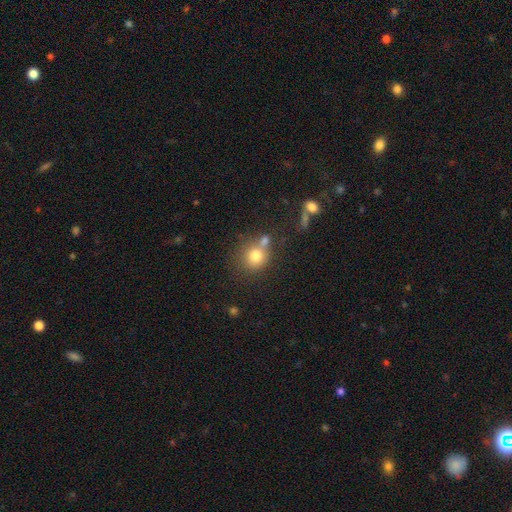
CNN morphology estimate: This appears to be a smooth galaxy with no disk features (78%) that is round (85%). Merging: none (55%).